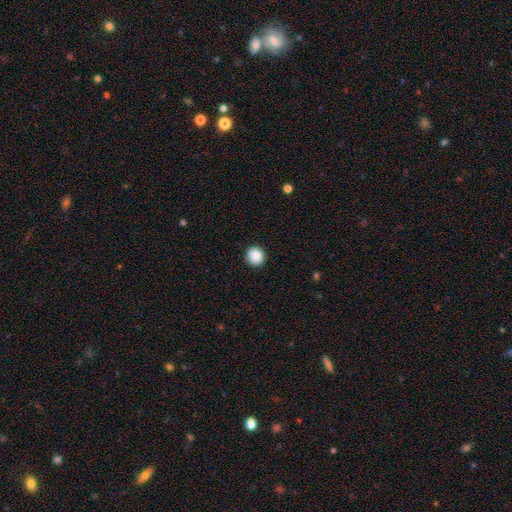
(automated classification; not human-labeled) Smooth or featured? smooth (87%)
How rounded? round (92%)
Merging? none (90%)